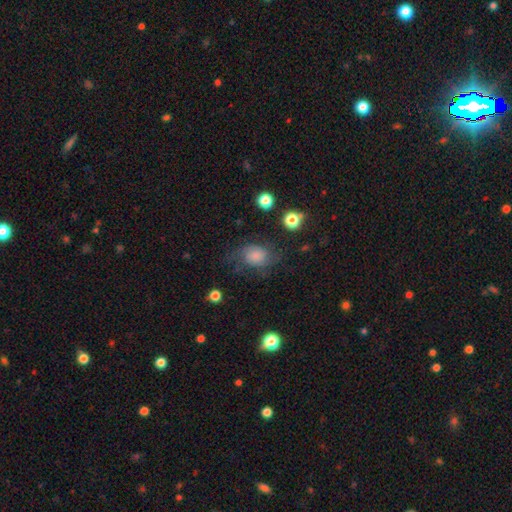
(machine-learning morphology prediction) Smooth or featured?
  - smooth: 66% *
  - featured or disk: 23%
  - star or artifact: 12%
How rounded?
  - in between: 63% *
  - round: 36%
  - cigar-shaped: 1%
Merging?
  - none: 52% *
  - minor disturbance: 25%
  - major disturbance: 20%
  - merger: 3%